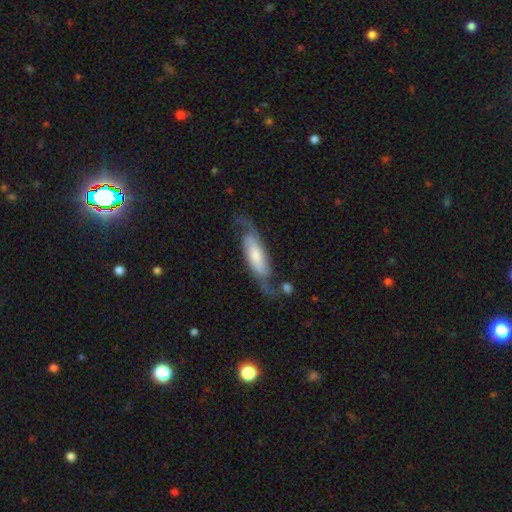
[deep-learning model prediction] A featured or disk galaxy (66%) with no bar (49%), 2 (86%) loose (53%) spiral arms (92%) and a moderate central bulge (37%).

Vote fractions:
- Smooth or featured? featured or disk: 66% / smooth: 28% / star or artifact: 6%
- Edge-on disk? no: 83% / yes: 17%
- Bar? no: 49% / weak: 32% / strong: 19%
- Spiral arms? yes: 92% / no: 8%
- Spiral winding? loose: 53% / medium: 34% / tight: 13%
- Spiral arm count? 2: 86% / can't tell: 7% / 1: 4% / 3: 1% / 4: 1% / more than 4: 1%
- Bulge size? moderate: 37% / small: 28% / large: 20% / none: 10% / dominant: 5%
- Merging? none: 57% / minor disturbance: 21% / major disturbance: 17% / merger: 5%